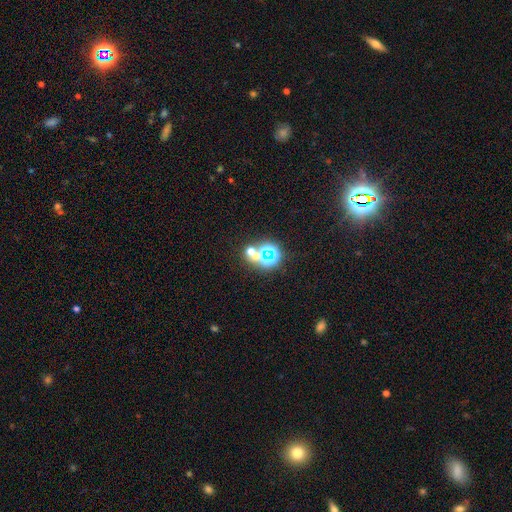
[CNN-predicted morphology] Smooth or featured? star or artifact (51%)